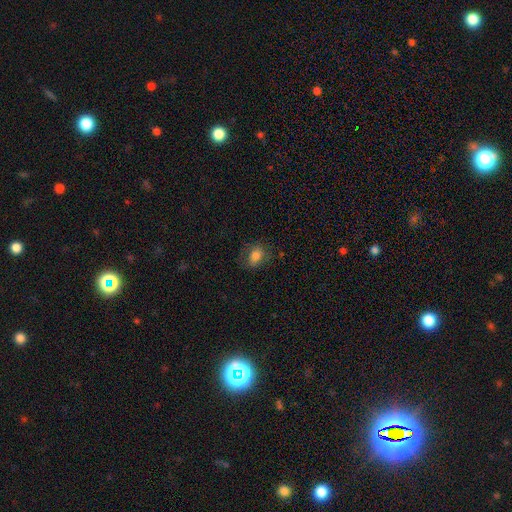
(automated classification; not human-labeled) Q: Smooth or featured?
A: smooth (77%); runner-up: featured or disk (13%)
Q: How rounded?
A: in between (67%); runner-up: round (31%)
Q: Merging?
A: none (71%); runner-up: minor disturbance (19%)